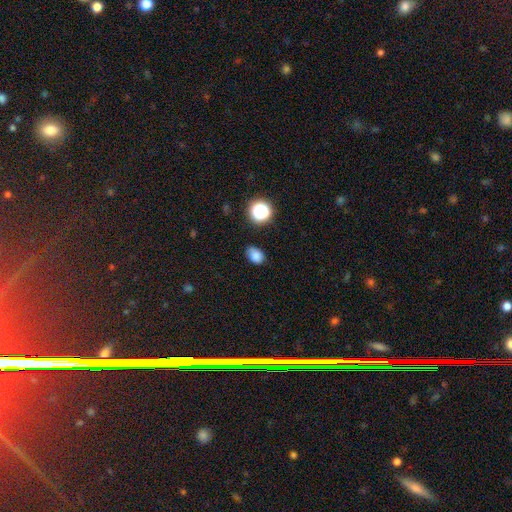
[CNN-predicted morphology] Q: Smooth or featured?
A: smooth (81%); runner-up: star or artifact (14%)
Q: How rounded?
A: in between (75%); runner-up: round (24%)
Q: Merging?
A: none (71%); runner-up: minor disturbance (22%)